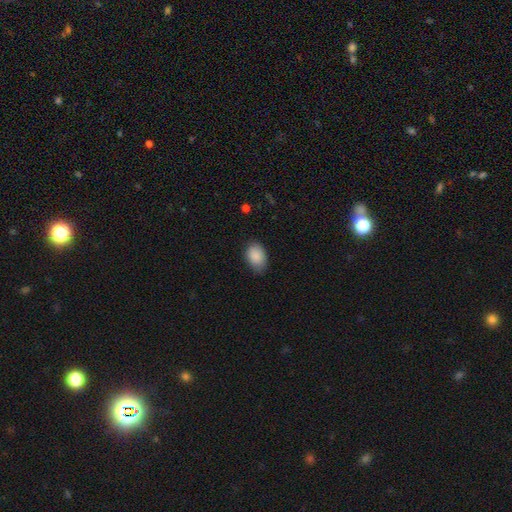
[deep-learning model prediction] smooth-or-featured: smooth: 89% | star or artifact: 7% | featured or disk: 4%
  how-rounded: in between: 84% | round: 15% | cigar-shaped: 1%
  merging: none: 73% | minor disturbance: 22% | major disturbance: 4% | merger: 1%